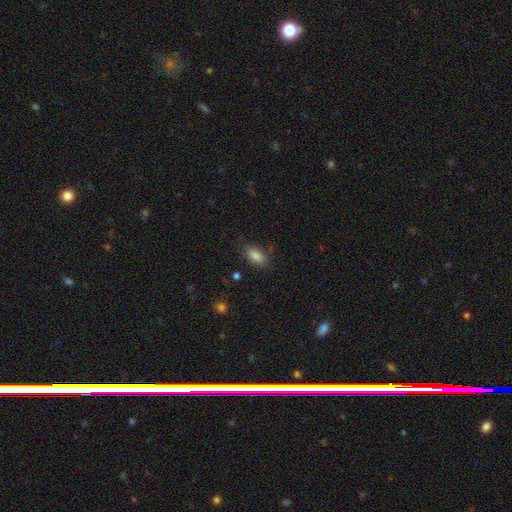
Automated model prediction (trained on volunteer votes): Overall: smooth (86%). How rounded: in between (90%). Merging: none (82%).